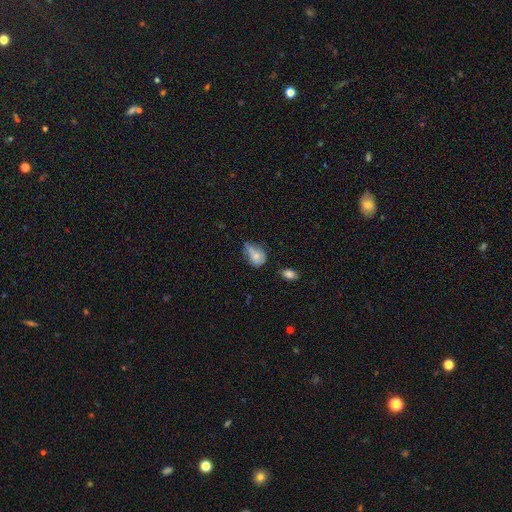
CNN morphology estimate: Smooth or featured?
  - smooth: 64% *
  - featured or disk: 26%
  - star or artifact: 10%
How rounded?
  - in between: 74% *
  - round: 23%
  - cigar-shaped: 3%
Merging?
  - minor disturbance: 40% *
  - none: 28%
  - major disturbance: 25%
  - merger: 7%